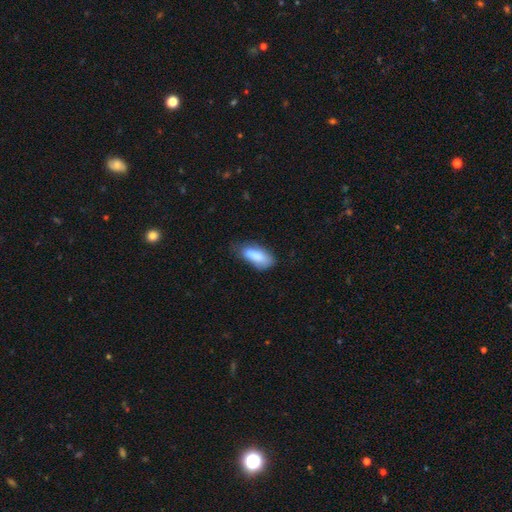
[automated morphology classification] Smooth or featured? Predicted: smooth (p=0.82). How rounded? Predicted: in between (p=0.78). Merging? Predicted: none (p=0.52).